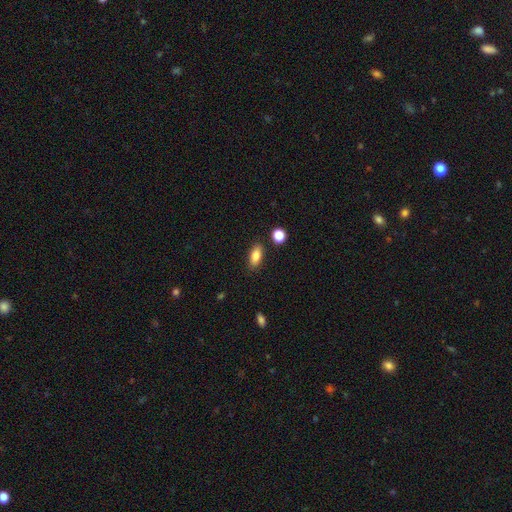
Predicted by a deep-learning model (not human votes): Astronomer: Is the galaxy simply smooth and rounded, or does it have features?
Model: smooth — 85%.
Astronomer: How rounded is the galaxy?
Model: in between — 85%.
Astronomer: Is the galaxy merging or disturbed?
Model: none — 86%.